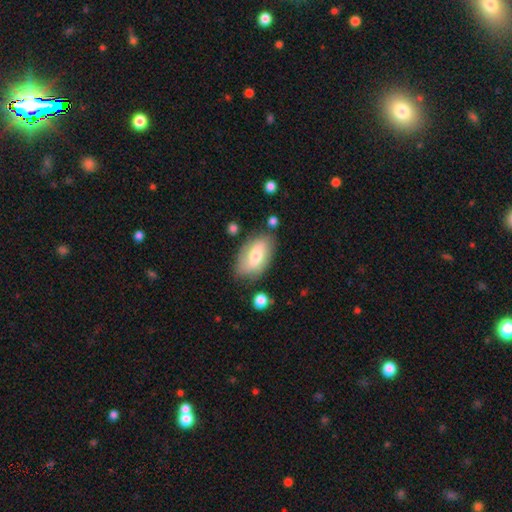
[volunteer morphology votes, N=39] Overall: smooth (51%; featured or disk 38%). How rounded: in between (90%). Merging: none (66%).